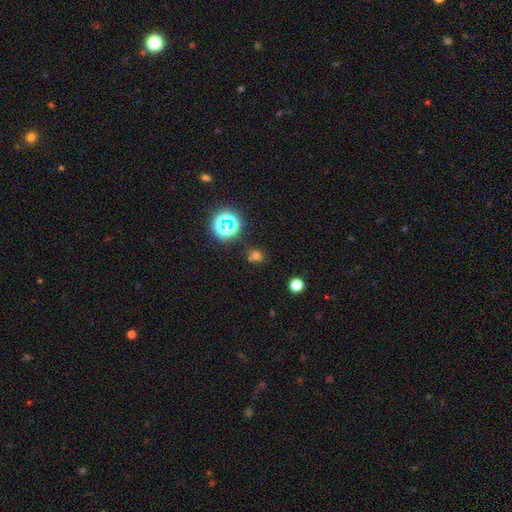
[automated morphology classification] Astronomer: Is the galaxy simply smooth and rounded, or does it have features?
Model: smooth — 63%.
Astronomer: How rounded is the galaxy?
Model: round — 74%.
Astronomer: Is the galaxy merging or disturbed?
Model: none — 68%.